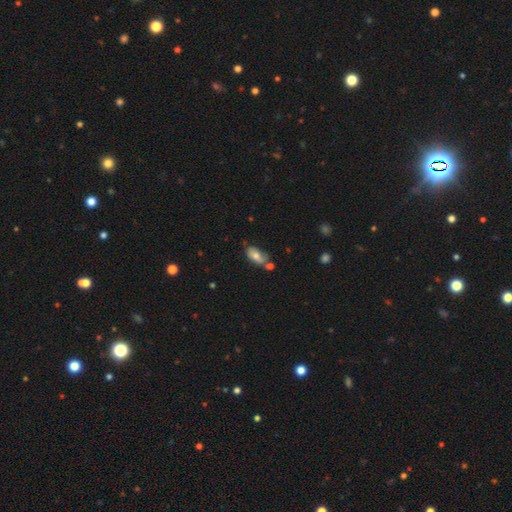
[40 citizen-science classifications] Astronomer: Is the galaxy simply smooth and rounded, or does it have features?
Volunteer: smooth — 57% (runner-up: featured or disk, 38%).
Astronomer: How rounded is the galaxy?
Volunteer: in between — 87%.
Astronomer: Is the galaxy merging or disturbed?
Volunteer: none — 45% (runner-up: minor disturbance, 32%).